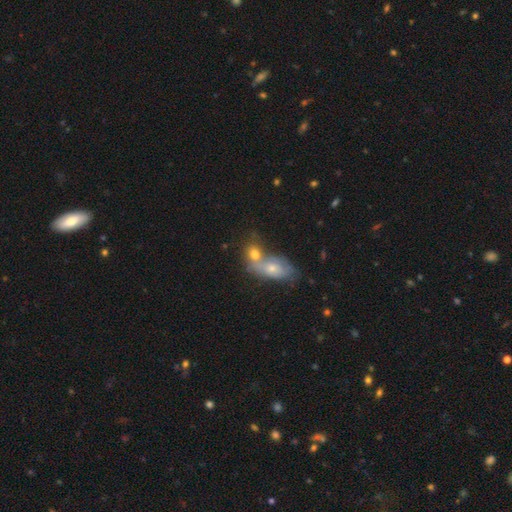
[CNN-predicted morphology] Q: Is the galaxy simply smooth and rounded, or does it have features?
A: smooth — 53%.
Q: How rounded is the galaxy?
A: in between — 69%.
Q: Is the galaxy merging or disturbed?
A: merger — 54%.